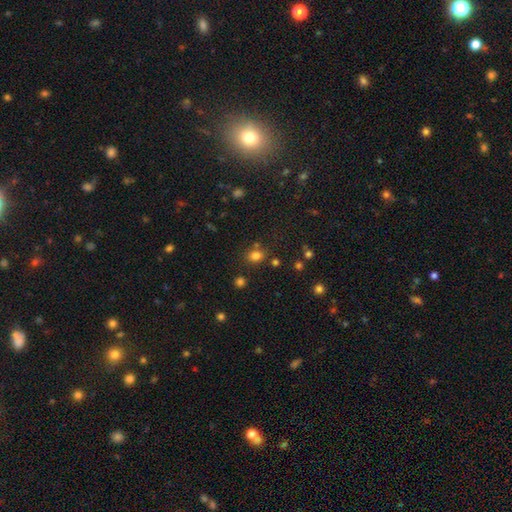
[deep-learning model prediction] This is likely a smooth galaxy (78%). How rounded: possibly round (51%). Merging: likely none (75%).